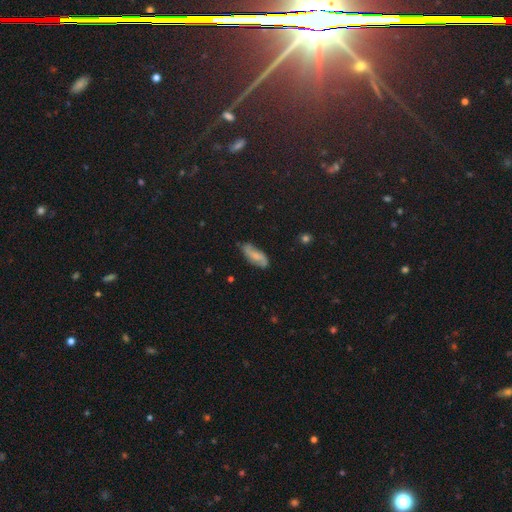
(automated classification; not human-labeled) smooth 46%, featured or disk 45%, star or artifact 8%. Down the decision tree: merging — none (72%).